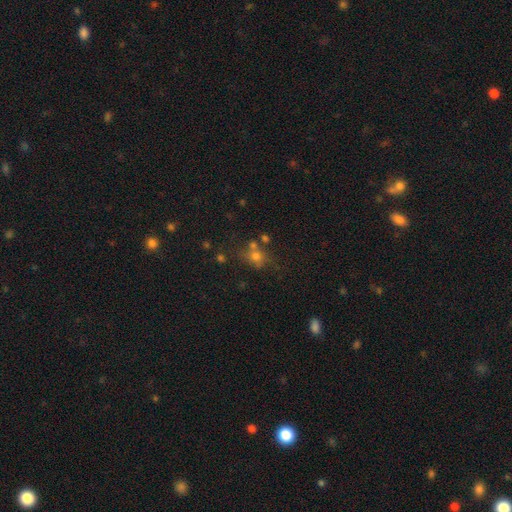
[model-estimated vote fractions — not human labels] This appears to be a smooth galaxy with no disk features (62%) that is round (68%). Merging: none (58%).